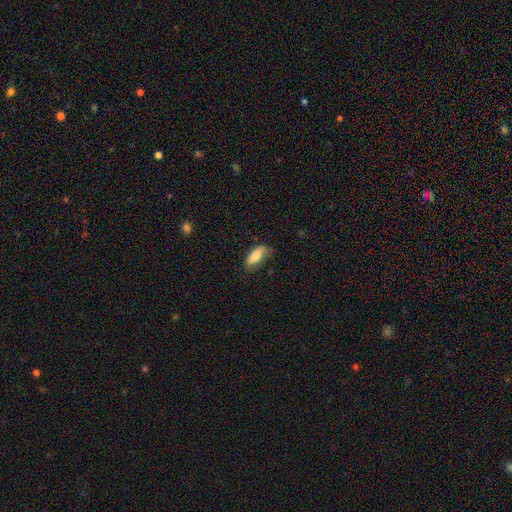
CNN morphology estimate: smooth 76%, featured or disk 17%, star or artifact 6%. Down the decision tree: how rounded — in between (78%); merging — none (67%).